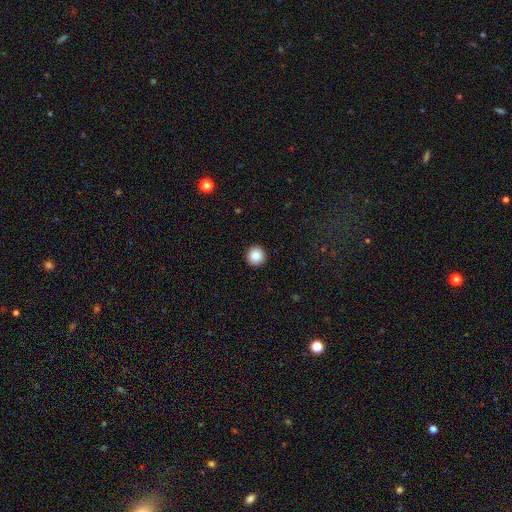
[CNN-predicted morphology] smooth_or_featured: smooth (p=0.85) [alt: star or artifact p=0.09]
how_rounded: round (p=0.95) [alt: in between p=0.04]
merging: none (p=0.93) [alt: minor disturbance p=0.04]